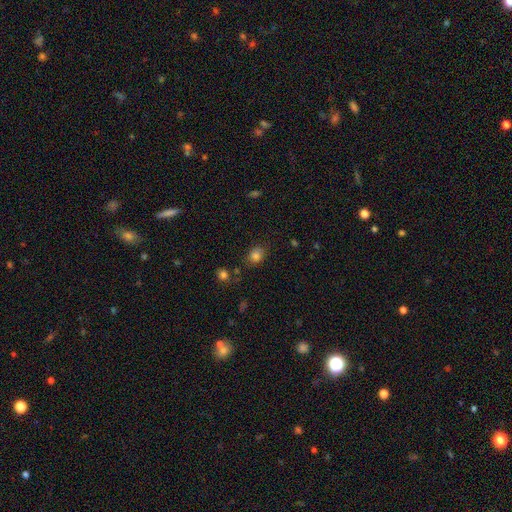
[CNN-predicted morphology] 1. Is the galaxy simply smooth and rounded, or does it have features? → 82% smooth, 13% star or artifact, 6% featured or disk.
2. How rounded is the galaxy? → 51% in between, 48% round, 1% cigar-shaped.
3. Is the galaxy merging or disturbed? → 77% none, 15% minor disturbance, 4% major disturbance, 4% merger.